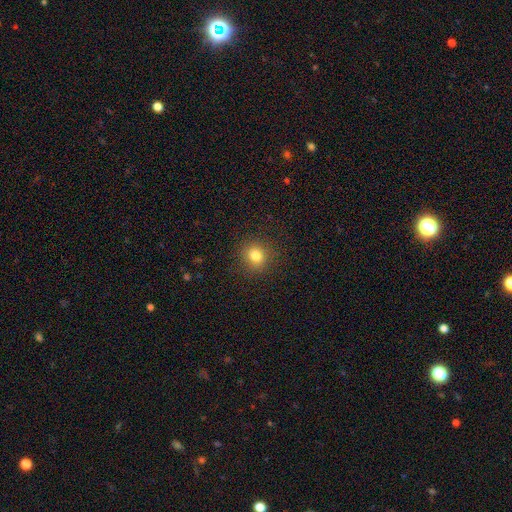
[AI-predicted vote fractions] smooth-or-featured: smooth: 80% | star or artifact: 13% | featured or disk: 7%
  how-rounded: round: 84% | in between: 15% | cigar-shaped: 1%
  merging: none: 89% | minor disturbance: 7% | major disturbance: 3% | merger: 1%